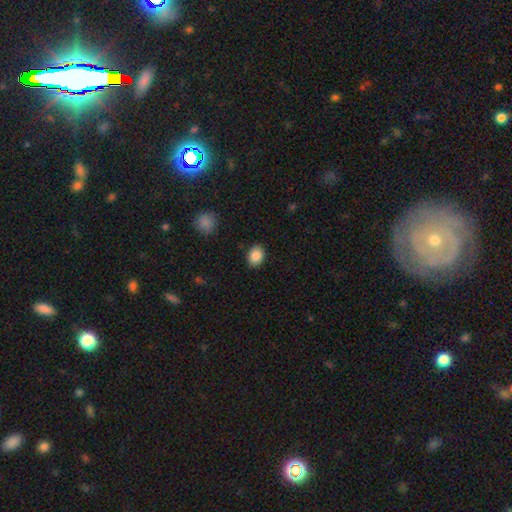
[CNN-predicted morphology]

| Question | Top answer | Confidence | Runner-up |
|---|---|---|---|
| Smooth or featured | smooth | 87% | star or artifact (8%) |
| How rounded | in between | 59% | round (40%) |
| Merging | none | 89% | minor disturbance (8%) |